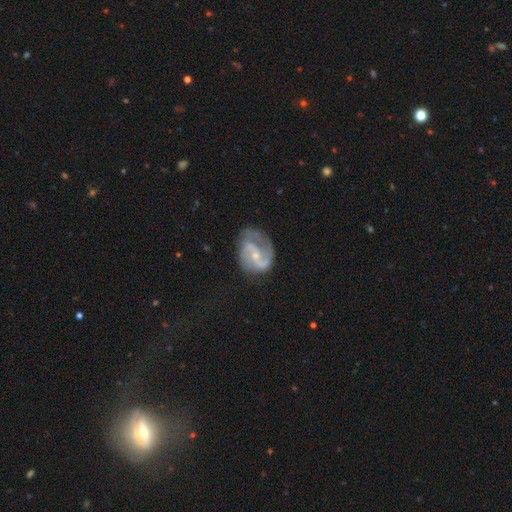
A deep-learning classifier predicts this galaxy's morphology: The model was most divided on "bar": weak: 45%, no: 40%, strong: 15%. More confident: edge-on disk — no (98%); spiral arms — yes (94%); smooth or featured — featured or disk (85%); spiral arm count — 2 (81%); bulge size — small (60%); merging — none (58%); spiral winding — medium (51%).